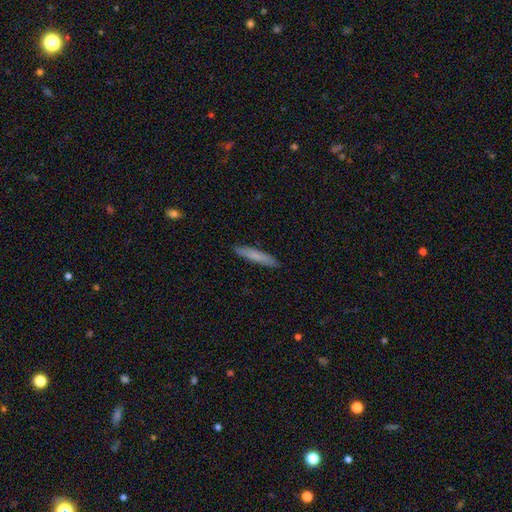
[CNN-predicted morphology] smooth 73%, featured or disk 21%, star or artifact 6%. Down the decision tree: how rounded — cigar-shaped (92%); merging — none (90%).